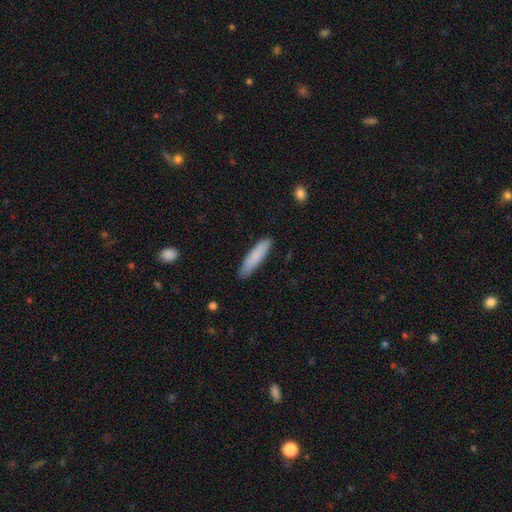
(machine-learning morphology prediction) type=smooth (83%); roundness=cigar-shaped (81%); merging=none (85%).